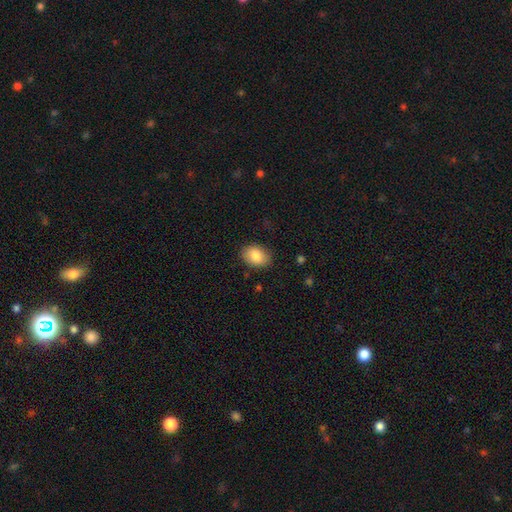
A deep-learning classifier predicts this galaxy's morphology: smooth-or-featured: smooth: 84% | featured or disk: 8% | star or artifact: 7%
  how-rounded: in between: 77% | round: 22% | cigar-shaped: 1%
  merging: none: 85% | minor disturbance: 11% | major disturbance: 3% | merger: 1%